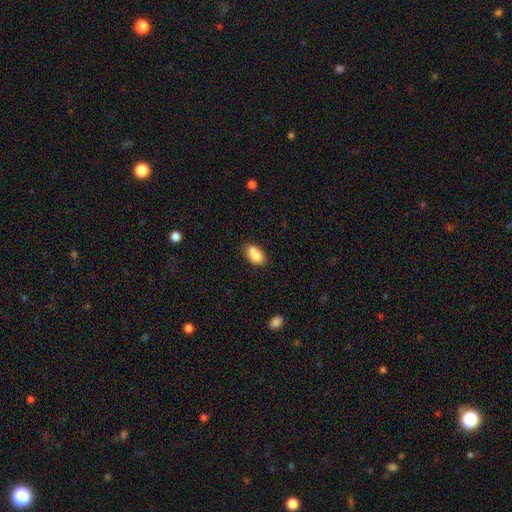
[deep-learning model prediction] Smooth or featured? smooth (78%)
How rounded? in between (86%)
Merging? none (49%)